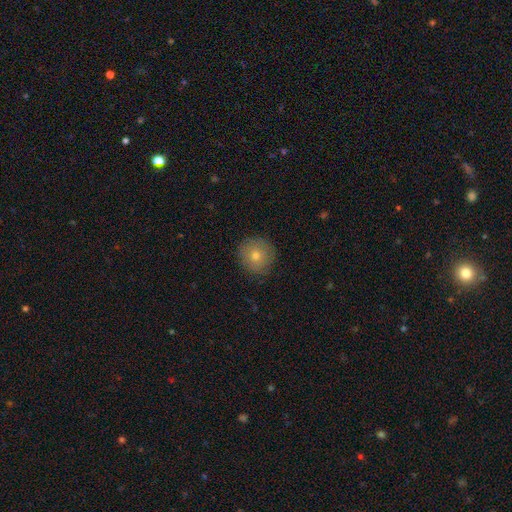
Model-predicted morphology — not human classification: Smooth or featured? smooth (72%)
How rounded? round (94%)
Merging? none (89%)